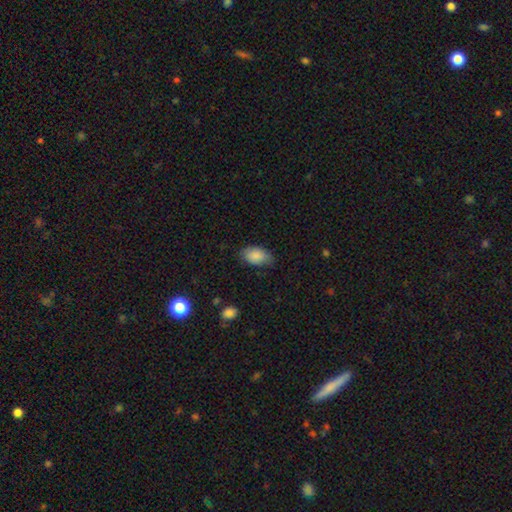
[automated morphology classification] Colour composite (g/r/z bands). It shows a smooth galaxy with no disk features (87%) that is in between round and cigar-shaped (92%). Merging: none (72%).